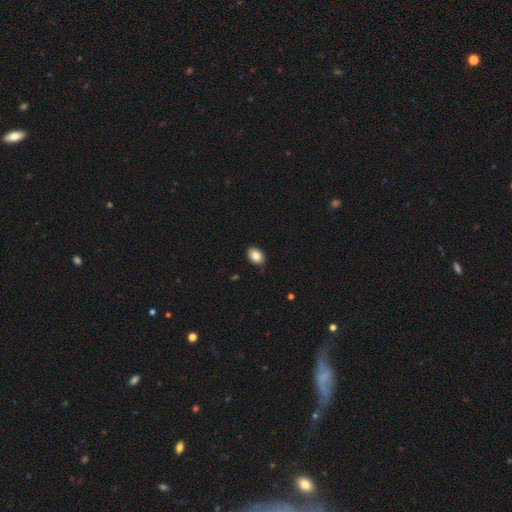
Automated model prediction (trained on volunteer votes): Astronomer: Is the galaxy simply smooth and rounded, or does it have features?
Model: smooth — 86%.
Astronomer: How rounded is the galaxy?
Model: in between — 79%.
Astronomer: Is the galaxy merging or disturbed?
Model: none — 87%.